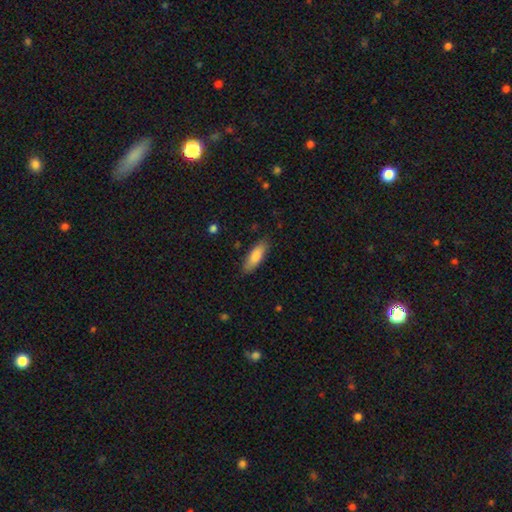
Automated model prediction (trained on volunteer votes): Smooth or featured? smooth (82%)
How rounded? in between (58%)
Merging? none (84%)